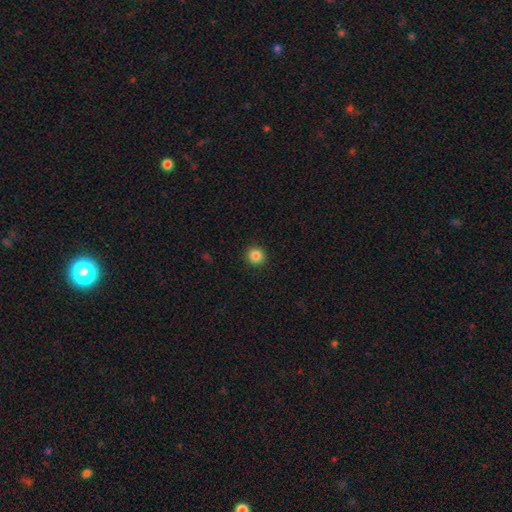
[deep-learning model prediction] A smooth galaxy with no disk features (85%) that is round (93%). Merging: none (93%).